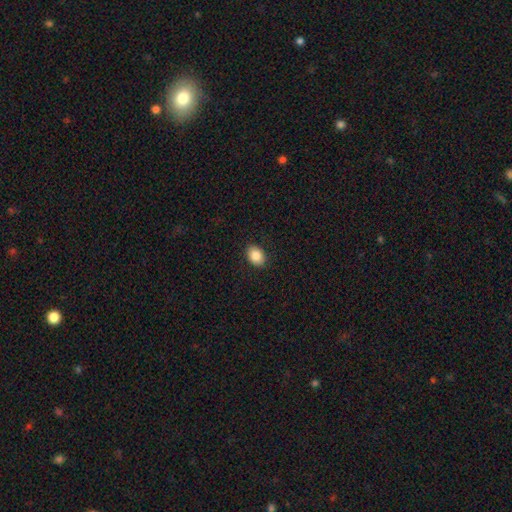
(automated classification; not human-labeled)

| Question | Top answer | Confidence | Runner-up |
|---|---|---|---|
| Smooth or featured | smooth | 86% | star or artifact (8%) |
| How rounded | in between | 72% | round (27%) |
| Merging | none | 89% | minor disturbance (8%) |